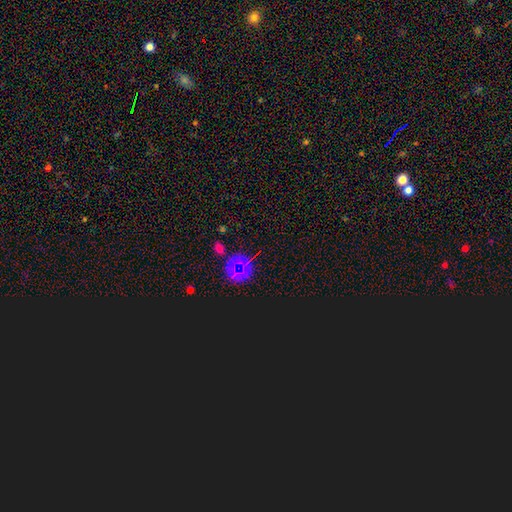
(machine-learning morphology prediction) Smooth or featured? star or artifact (71%)